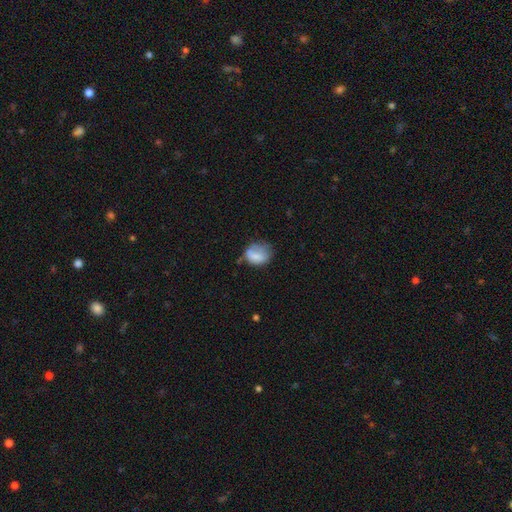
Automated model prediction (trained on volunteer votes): Morphology: type=smooth (72%); roundness=round (53%); merging=none (40%).